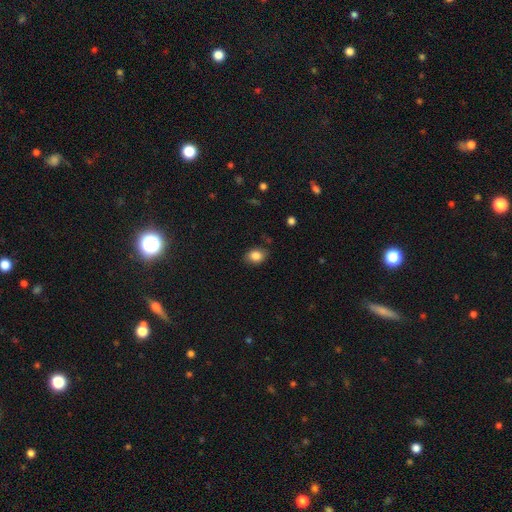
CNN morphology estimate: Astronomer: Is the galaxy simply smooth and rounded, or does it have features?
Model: smooth — 85%.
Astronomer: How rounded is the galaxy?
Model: in between — 62% (runner-up: round, 37%).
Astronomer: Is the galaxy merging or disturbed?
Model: none — 80%.